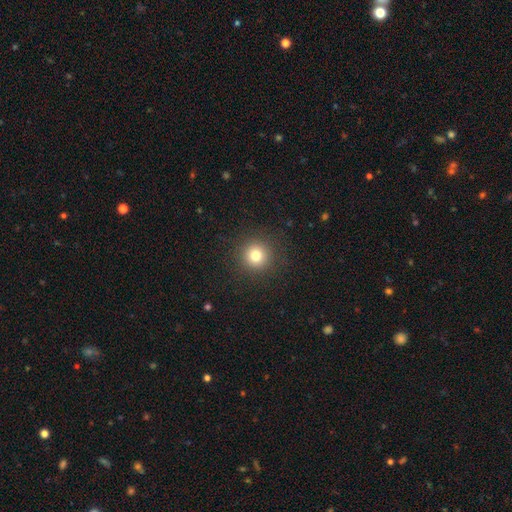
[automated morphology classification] Q: Smooth or featured?
A: smooth (80%); runner-up: star or artifact (13%)
Q: How rounded?
A: round (95%); runner-up: in between (4%)
Q: Merging?
A: none (91%); runner-up: minor disturbance (5%)